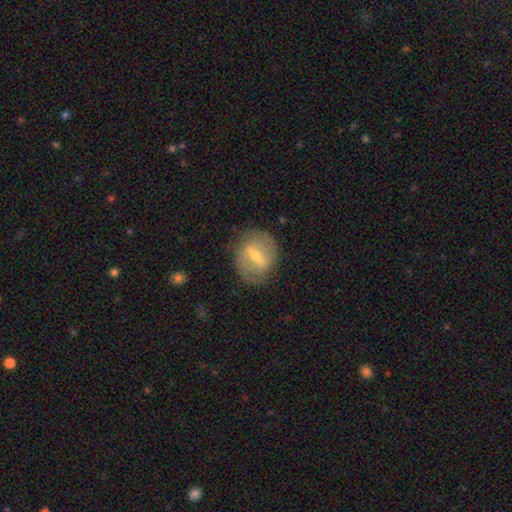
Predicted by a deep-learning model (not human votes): This is likely a featured or disk galaxy (63%). It is clearly not viewed edge-on (91%). Bar: possibly strong (50%). Spiral arm pattern: possibly no (51%). Central bulge: possibly moderate (51%). Merging: likely none (78%).